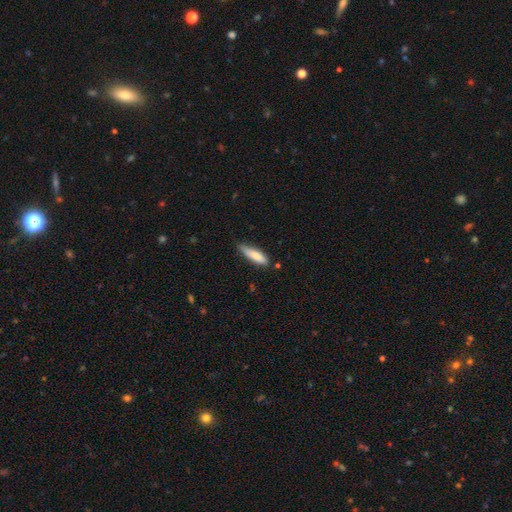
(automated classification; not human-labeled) smooth 79%, featured or disk 15%, star or artifact 6%. Down the decision tree: how rounded — cigar-shaped (67%); merging — none (64%).